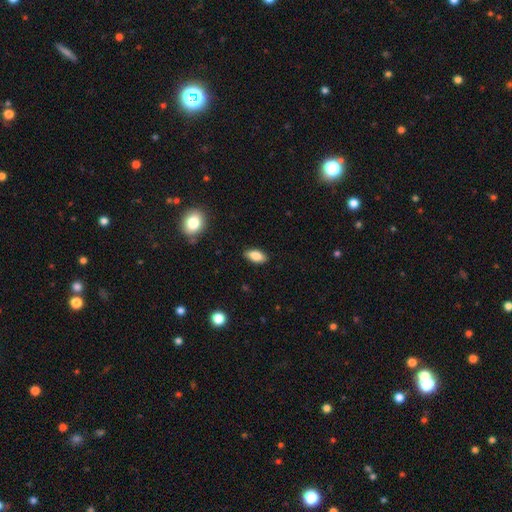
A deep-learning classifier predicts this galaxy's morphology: This is clearly a smooth galaxy (85%). How rounded: clearly in between (90%). Merging: clearly none (86%).